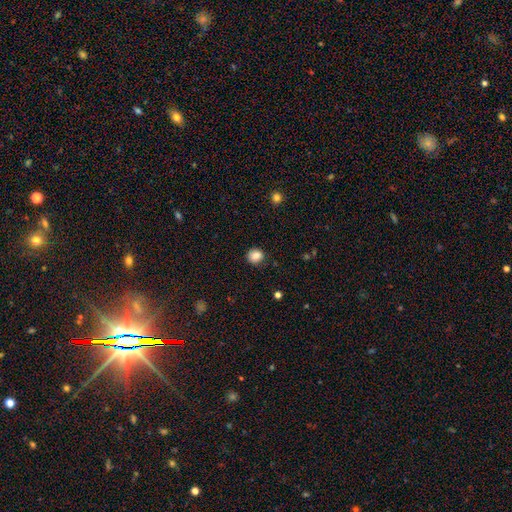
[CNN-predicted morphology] This is clearly a smooth galaxy (86%). How rounded: clearly round (84%). Merging: clearly none (87%).